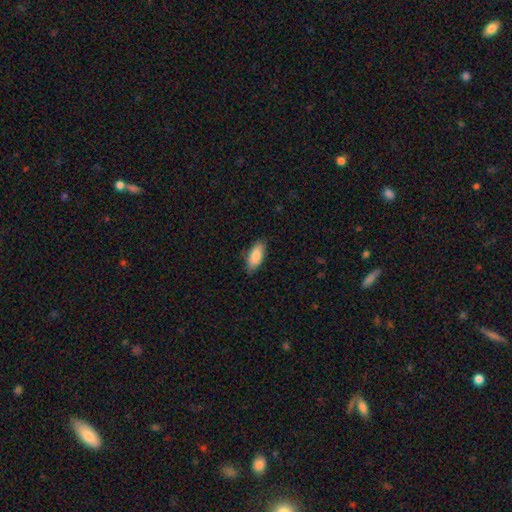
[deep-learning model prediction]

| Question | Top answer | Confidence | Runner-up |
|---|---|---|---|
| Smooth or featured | smooth | 83% | featured or disk (11%) |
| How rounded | in between | 84% | cigar-shaped (14%) |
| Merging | none | 78% | minor disturbance (18%) |